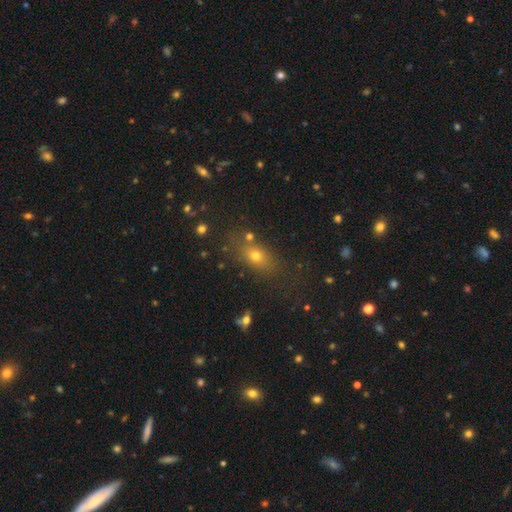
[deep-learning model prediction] A smooth galaxy with no disk features (67%) that is in between round and cigar-shaped (65%). Merging: none (73%).